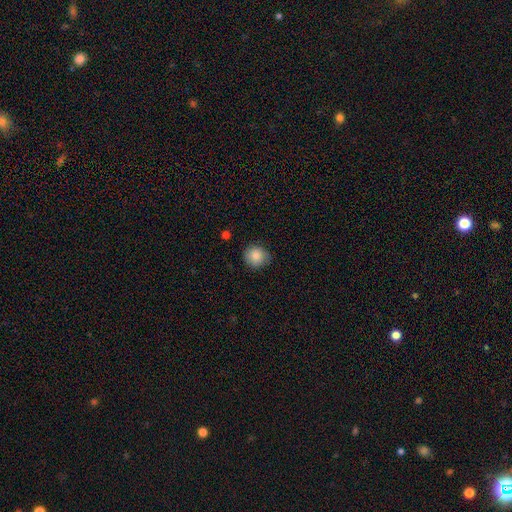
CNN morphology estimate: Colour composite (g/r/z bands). It shows a smooth galaxy with no disk features (85%) that is round (86%). Merging: none (80%).